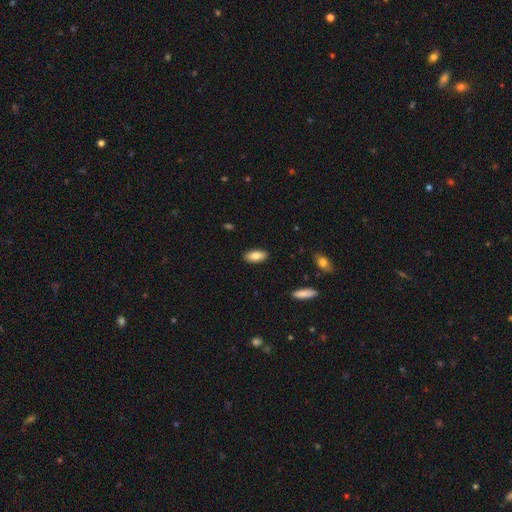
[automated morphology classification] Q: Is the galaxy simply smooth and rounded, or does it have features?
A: smooth — 83%.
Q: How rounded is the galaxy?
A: in between — 87%.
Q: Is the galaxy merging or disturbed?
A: none — 89%.